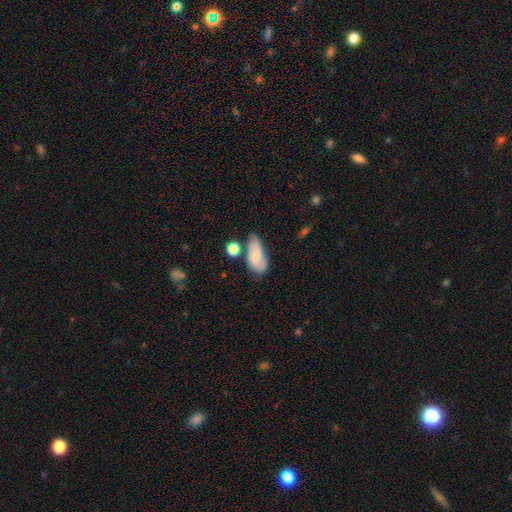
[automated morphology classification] Smooth or featured?
  - smooth: 56% *
  - featured or disk: 36%
  - star or artifact: 8%
How rounded?
  - in between: 88% *
  - cigar-shaped: 7%
  - round: 5%
Merging?
  - none: 49% *
  - minor disturbance: 29%
  - merger: 12%
  - major disturbance: 10%